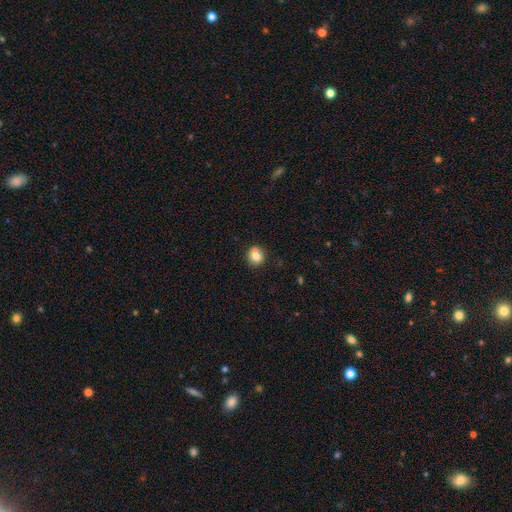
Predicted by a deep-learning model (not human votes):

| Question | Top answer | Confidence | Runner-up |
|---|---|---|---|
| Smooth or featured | smooth | 79% | featured or disk (11%) |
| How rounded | round | 86% | in between (13%) |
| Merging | none | 71% | merger (15%) |